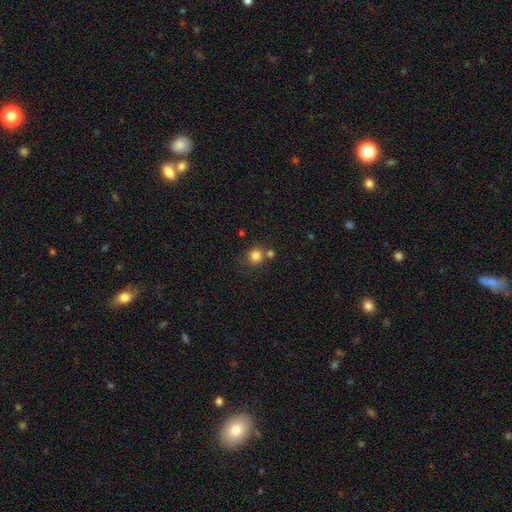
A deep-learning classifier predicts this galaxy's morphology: A smooth galaxy with no disk features (82%) that is round (92%).

Vote fractions:
- Smooth or featured? smooth: 82% / star or artifact: 12% / featured or disk: 6%
- How rounded? round: 92% / in between: 7% / cigar-shaped: 1%
- Merging? none: 66% / merger: 21% / minor disturbance: 9% / major disturbance: 3%